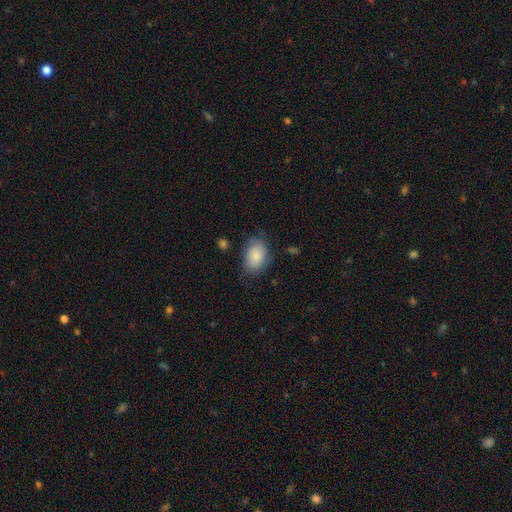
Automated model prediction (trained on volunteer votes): smooth 84%, featured or disk 9%, star or artifact 6%. Down the decision tree: how rounded — in between (82%); merging — none (68%).